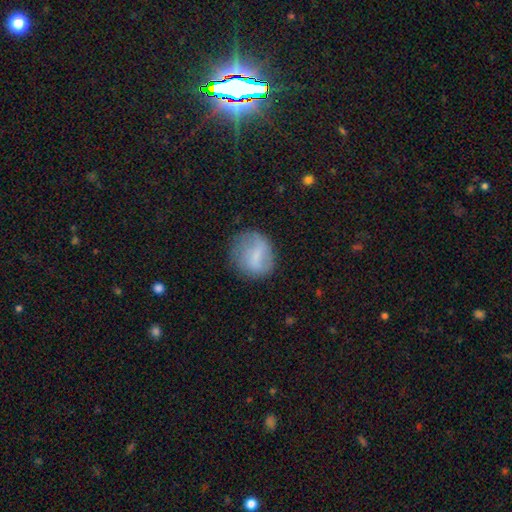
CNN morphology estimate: type=smooth (60%); roundness=round (73%); merging=none (65%).